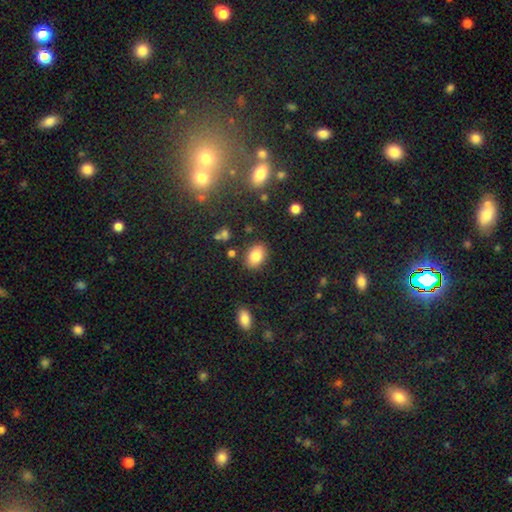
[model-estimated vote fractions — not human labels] A smooth galaxy with no disk features (83%) that is in between round and cigar-shaped (76%).

Vote fractions:
- Smooth or featured? smooth: 83% / star or artifact: 9% / featured or disk: 8%
- How rounded? in between: 76% / round: 23% / cigar-shaped: 1%
- Merging? none: 84% / minor disturbance: 10% / merger: 3% / major disturbance: 3%